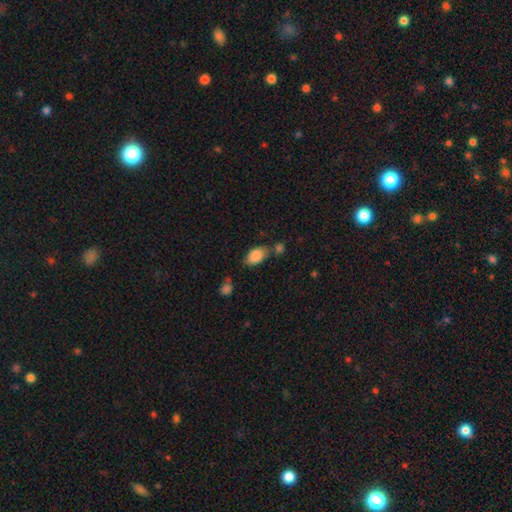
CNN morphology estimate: Overall: smooth (86%). How rounded: in between (89%). Merging: none (57%; minor disturbance 20%).